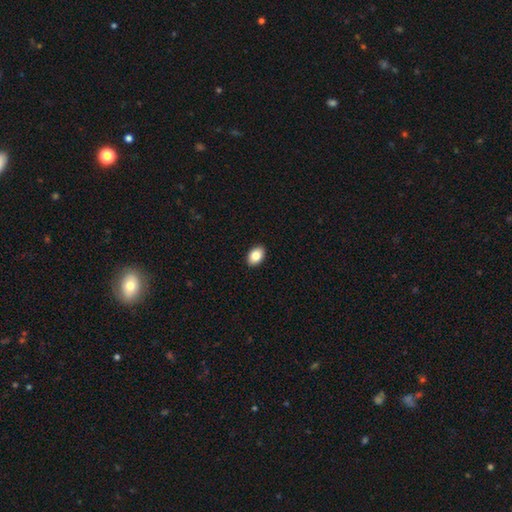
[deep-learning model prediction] Morphology: type=smooth (85%); roundness=in between (87%); merging=none (92%).